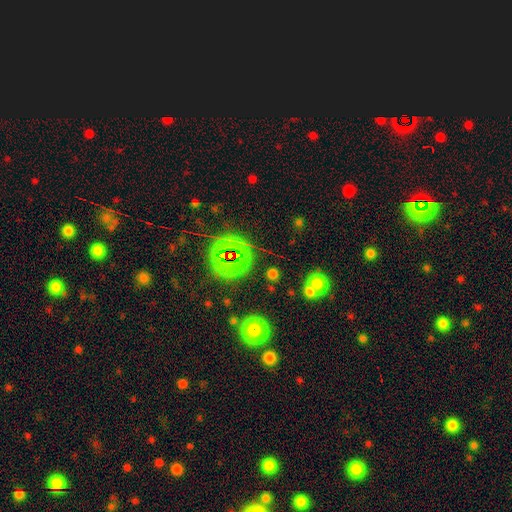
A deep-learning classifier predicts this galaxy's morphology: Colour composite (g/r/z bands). It shows a star or artifact, not a galaxy (69%).